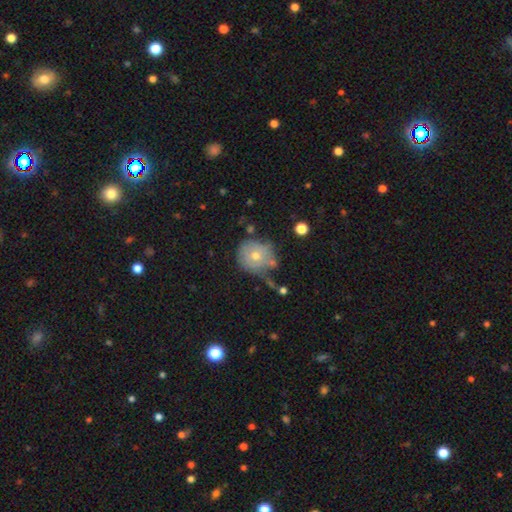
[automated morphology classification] smooth-or-featured: smooth: 59% | featured or disk: 30% | star or artifact: 12%
  how-rounded: round: 88% | in between: 11% | cigar-shaped: 1%
  merging: none: 60% | minor disturbance: 24% | major disturbance: 8% | merger: 8%